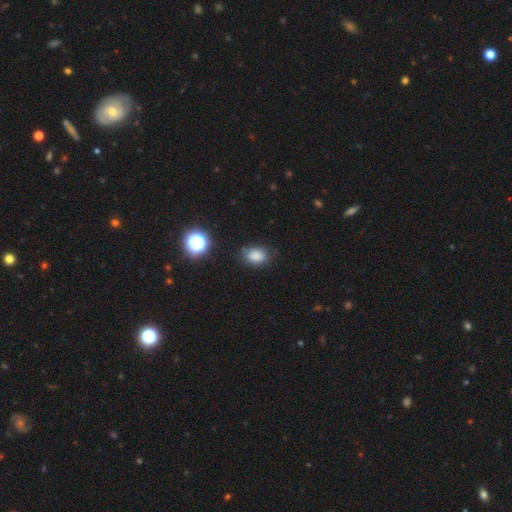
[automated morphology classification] smooth_or_featured: smooth (p=0.82) [alt: star or artifact p=0.13]
how_rounded: in between (p=0.69) [alt: round p=0.30]
merging: none (p=0.77) [alt: minor disturbance p=0.17]